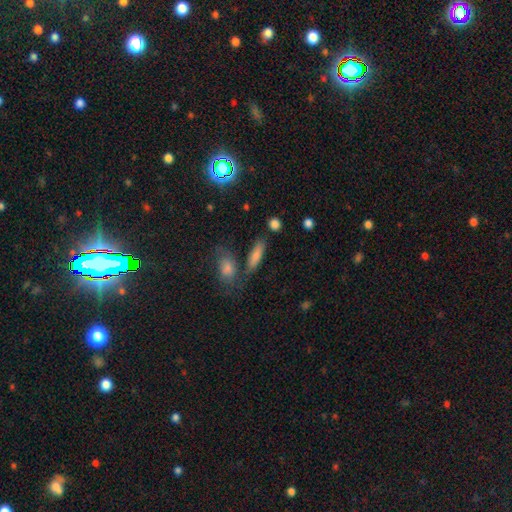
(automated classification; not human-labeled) Smooth or featured?
  - smooth: 79% *
  - featured or disk: 12%
  - star or artifact: 9%
How rounded?
  - cigar-shaped: 52% *
  - in between: 43%
  - round: 5%
Merging?
  - none: 66% *
  - minor disturbance: 14%
  - merger: 14%
  - major disturbance: 5%